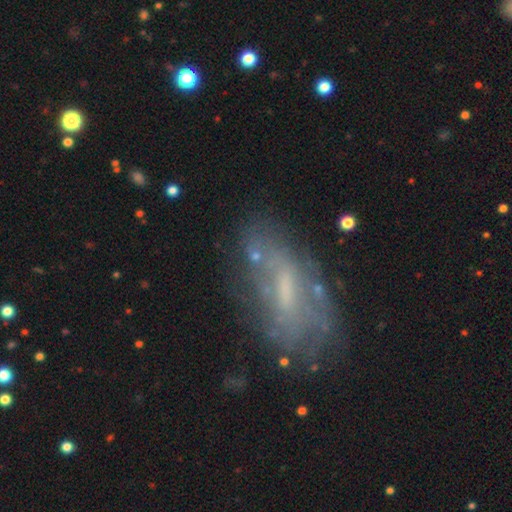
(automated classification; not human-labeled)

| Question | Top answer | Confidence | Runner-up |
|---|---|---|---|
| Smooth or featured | featured or disk | 59% | smooth (31%) |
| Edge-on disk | no | 87% | yes (13%) |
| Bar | weak | 43% | no (35%) |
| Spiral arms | no | 58% | yes (42%) |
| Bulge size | small | 31% | tied: none (31%), moderate (31%) |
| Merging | none | 55% | minor disturbance (24%) |